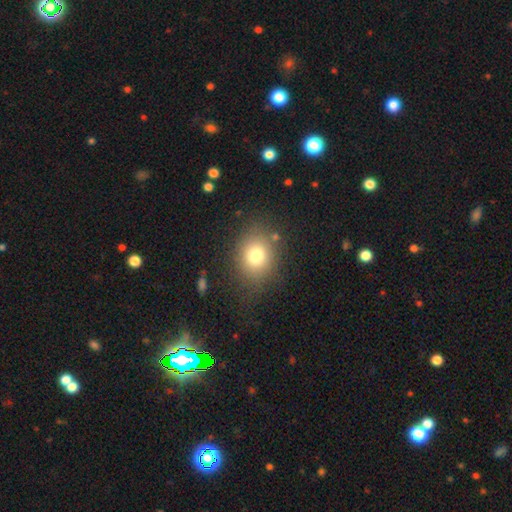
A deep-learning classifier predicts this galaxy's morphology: Smooth or featured?
  - smooth: 75% *
  - star or artifact: 14%
  - featured or disk: 11%
How rounded?
  - round: 64% *
  - in between: 35%
  - cigar-shaped: 1%
Merging?
  - none: 80% *
  - minor disturbance: 12%
  - major disturbance: 6%
  - merger: 3%